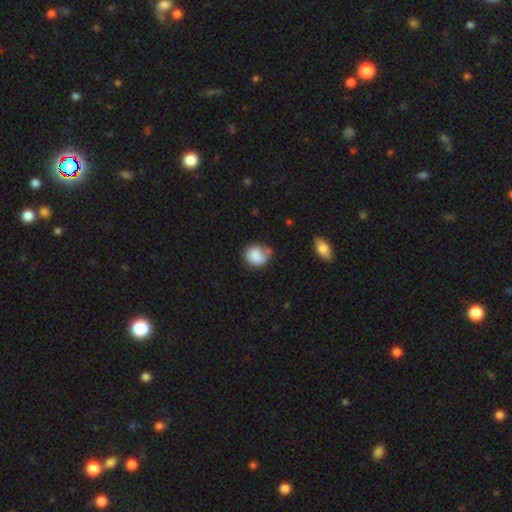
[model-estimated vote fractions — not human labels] Smooth or featured: smooth — 84% (star or artifact — 8%)
How rounded: round — 68% (in between — 31%)
Merging: none — 55% (minor disturbance — 26%)